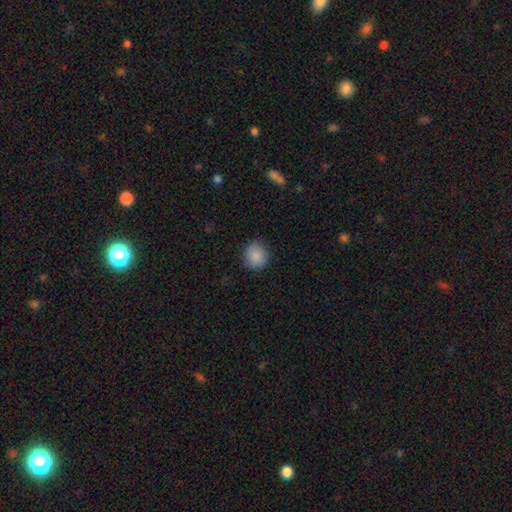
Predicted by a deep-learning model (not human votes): Q: Smooth or featured?
A: smooth (89%); runner-up: star or artifact (8%)
Q: How rounded?
A: round (85%); runner-up: in between (14%)
Q: Merging?
A: none (87%); runner-up: minor disturbance (9%)